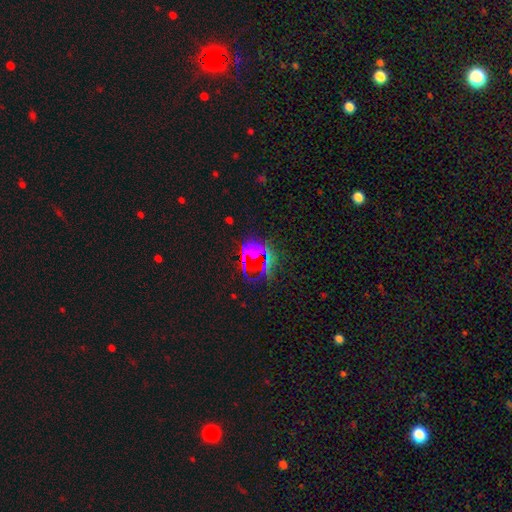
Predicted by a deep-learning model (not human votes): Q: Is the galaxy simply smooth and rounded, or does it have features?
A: star or artifact — 62%.